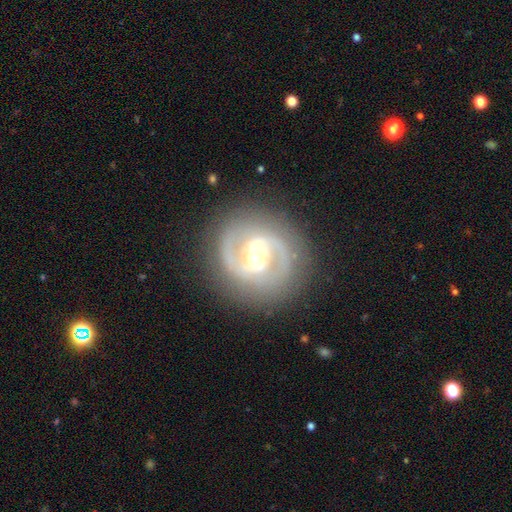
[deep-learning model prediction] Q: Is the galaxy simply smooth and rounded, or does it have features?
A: featured or disk — 89%.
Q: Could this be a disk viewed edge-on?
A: no — 98%.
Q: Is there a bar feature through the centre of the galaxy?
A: weak — 51%.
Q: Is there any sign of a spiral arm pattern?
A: yes — 96%.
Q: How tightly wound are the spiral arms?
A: medium — 54%.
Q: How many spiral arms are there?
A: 2 — 91%.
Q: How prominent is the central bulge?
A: moderate — 68%.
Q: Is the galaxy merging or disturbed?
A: none — 86%.